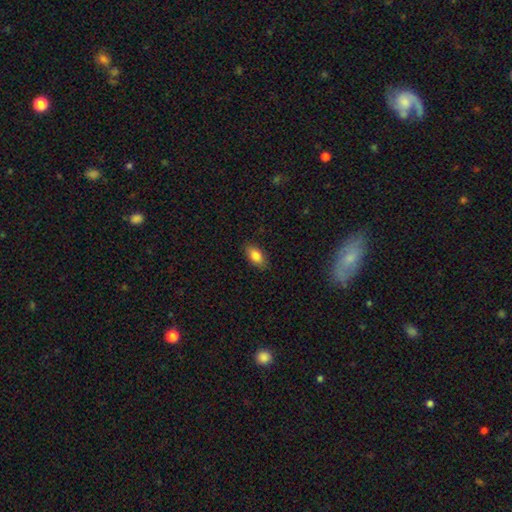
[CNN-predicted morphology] Overall: smooth (85%). How rounded: in between (90%). Merging: none (86%).